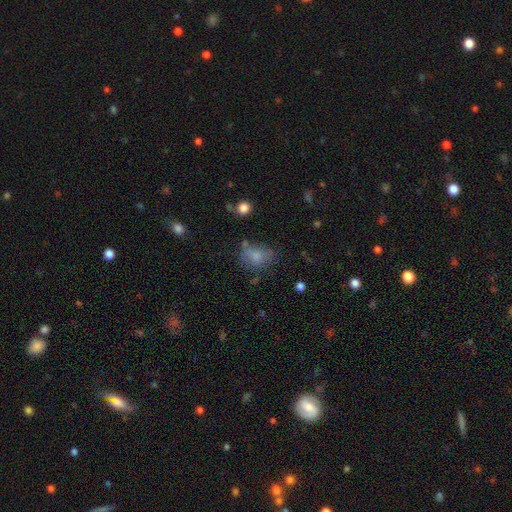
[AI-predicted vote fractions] The model was most divided on "how rounded": in between: 60%, round: 39%, cigar-shaped: 1%. More confident: smooth or featured — smooth (72%); merging — none (51%).